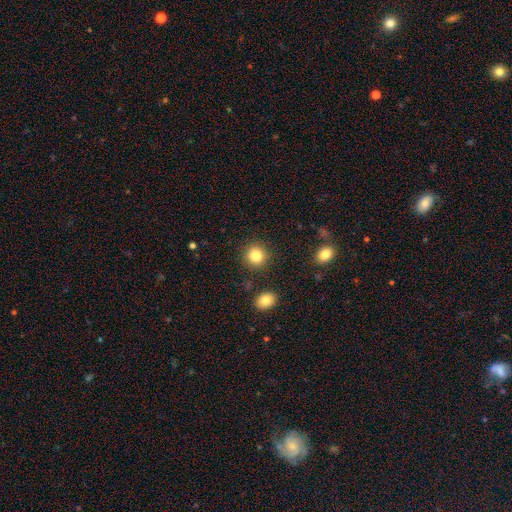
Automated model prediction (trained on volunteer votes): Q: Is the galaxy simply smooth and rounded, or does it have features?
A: smooth — 84%.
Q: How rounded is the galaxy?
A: round — 91%.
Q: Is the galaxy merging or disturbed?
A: none — 88%.